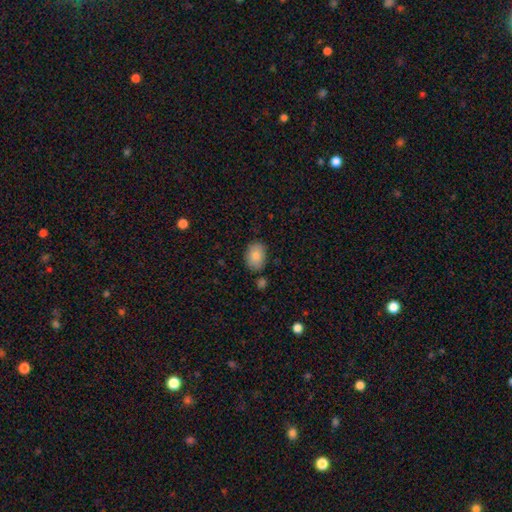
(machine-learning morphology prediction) smooth-or-featured: smooth: 85% | featured or disk: 8% | star or artifact: 7%
  how-rounded: in between: 80% | round: 19% | cigar-shaped: 1%
  merging: none: 80% | minor disturbance: 13% | merger: 4% | major disturbance: 3%